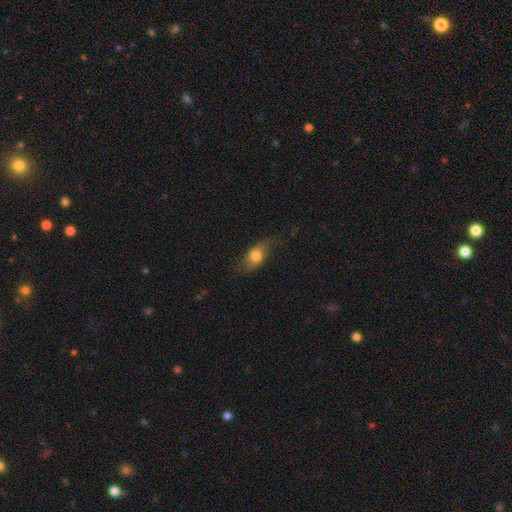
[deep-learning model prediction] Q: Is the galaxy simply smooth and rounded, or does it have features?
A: smooth — 71%.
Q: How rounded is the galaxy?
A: in between — 75%.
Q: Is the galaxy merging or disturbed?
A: none — 61%.